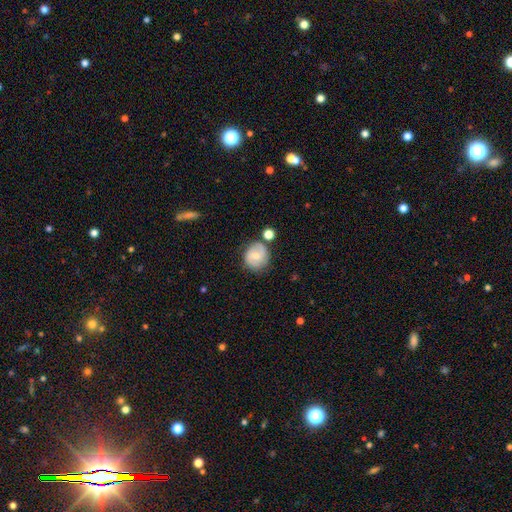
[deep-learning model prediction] Smooth or featured?
  - smooth: 50% *
  - featured or disk: 42%
  - star or artifact: 8%
Merging?
  - none: 67% *
  - minor disturbance: 19%
  - merger: 9%
  - major disturbance: 5%